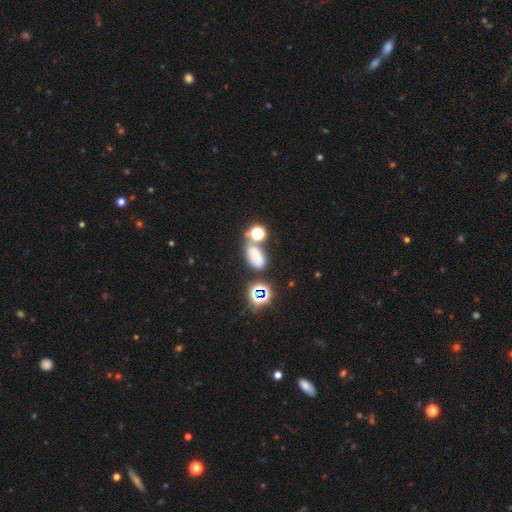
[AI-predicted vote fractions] smooth-or-featured: smooth: 51% | star or artifact: 32% | featured or disk: 17%
  how-rounded: in between: 78% | round: 18% | cigar-shaped: 4%
  merging: none: 48% | merger: 24% | minor disturbance: 17% | major disturbance: 10%